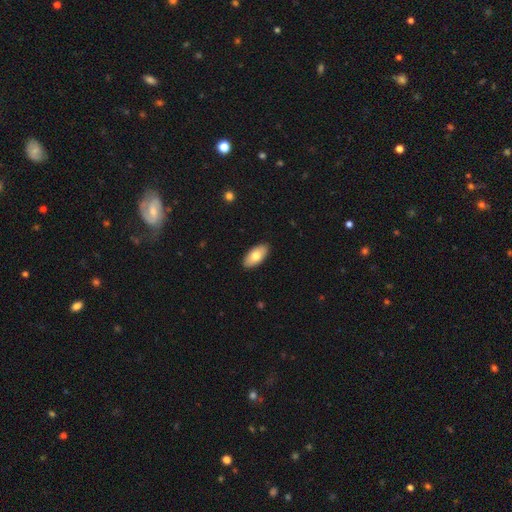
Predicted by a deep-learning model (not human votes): smooth 75%, featured or disk 19%, star or artifact 6%. Down the decision tree: how rounded — in between (93%); merging — none (90%).